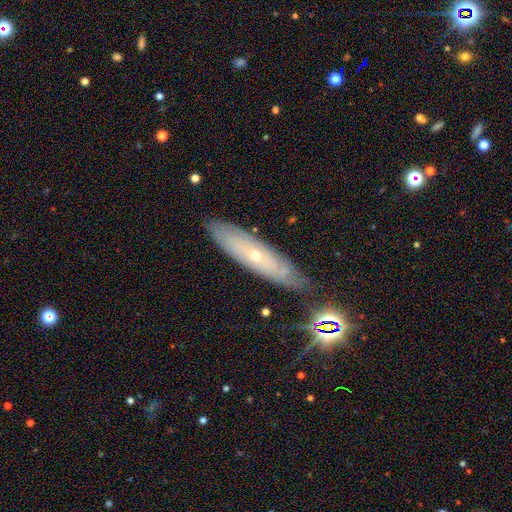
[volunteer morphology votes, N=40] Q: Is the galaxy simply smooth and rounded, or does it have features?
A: featured or disk — 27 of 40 (68%).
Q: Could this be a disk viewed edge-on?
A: no — 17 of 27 (63%).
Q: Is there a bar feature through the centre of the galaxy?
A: no — 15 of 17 (88%).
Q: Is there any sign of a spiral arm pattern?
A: yes — 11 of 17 (65%).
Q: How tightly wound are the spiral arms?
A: tight — 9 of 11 (82%).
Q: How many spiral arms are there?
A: can't tell — 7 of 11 (64%).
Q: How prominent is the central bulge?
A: small — 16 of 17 (94%).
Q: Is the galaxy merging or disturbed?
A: none — 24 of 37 (65%).